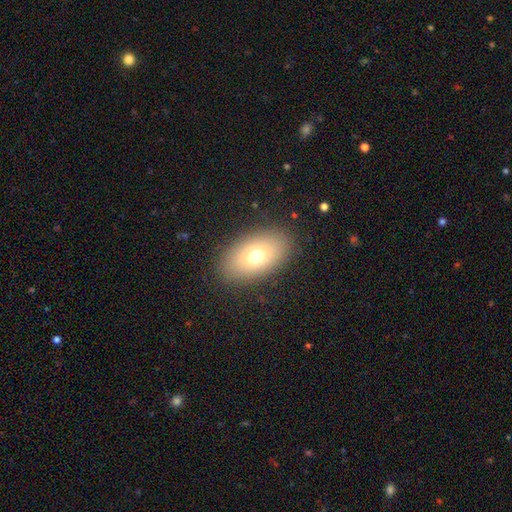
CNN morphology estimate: smooth_or_featured: smooth (p=0.69) [alt: featured or disk p=0.18]
how_rounded: in between (p=0.84) [alt: round p=0.14]
merging: none (p=0.86) [alt: minor disturbance p=0.09]